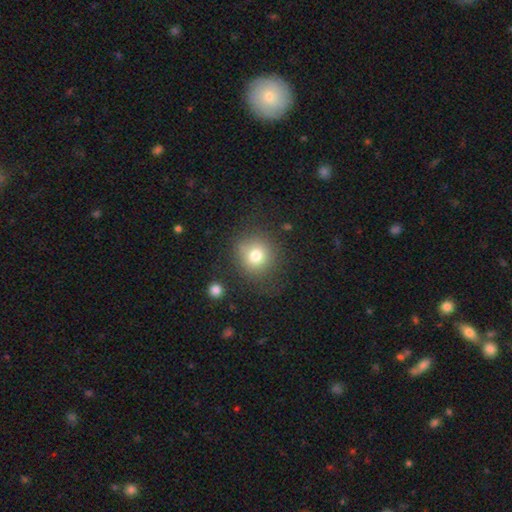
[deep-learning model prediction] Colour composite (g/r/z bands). It shows a smooth galaxy with no disk features (76%) that is round (86%). Merging: none (73%).